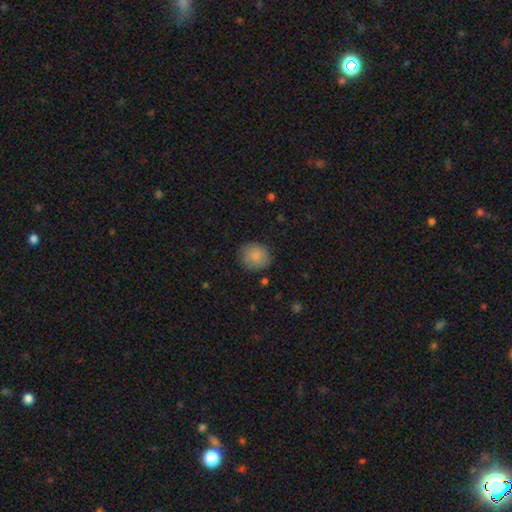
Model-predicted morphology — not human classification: Smooth or featured: smooth — 82% (featured or disk — 11%)
How rounded: round — 75% (in between — 24%)
Merging: none — 78% (minor disturbance — 16%)